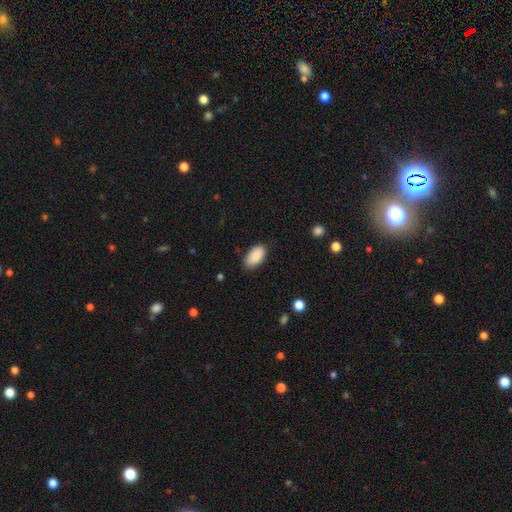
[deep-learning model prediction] The model was most divided on "merging": none: 83%, minor disturbance: 14%, major disturbance: 3%, merger: 1%. More confident: how rounded — in between (95%); smooth or featured — smooth (90%).